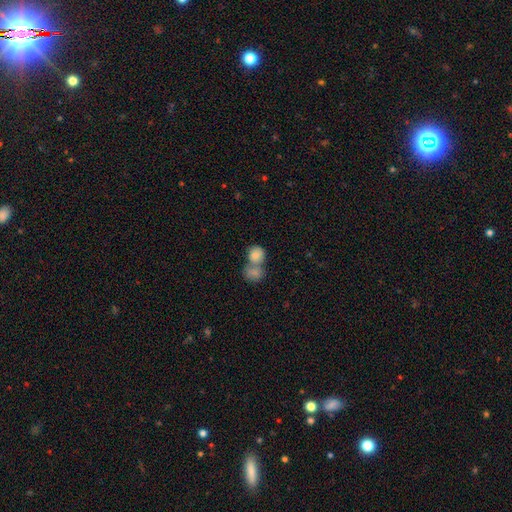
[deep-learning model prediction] Smooth or featured?
  - smooth: 83% *
  - featured or disk: 9%
  - star or artifact: 7%
How rounded?
  - round: 66% *
  - in between: 33%
  - cigar-shaped: 1%
Merging?
  - merger: 66% *
  - none: 24%
  - minor disturbance: 7%
  - major disturbance: 4%